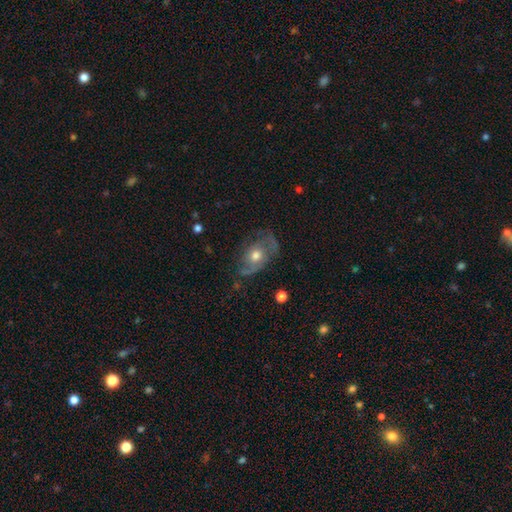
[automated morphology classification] A featured or disk galaxy (58%) with no bar (84%), spiral arms (61%) and a moderate central bulge (71%). Merging: none (50%).